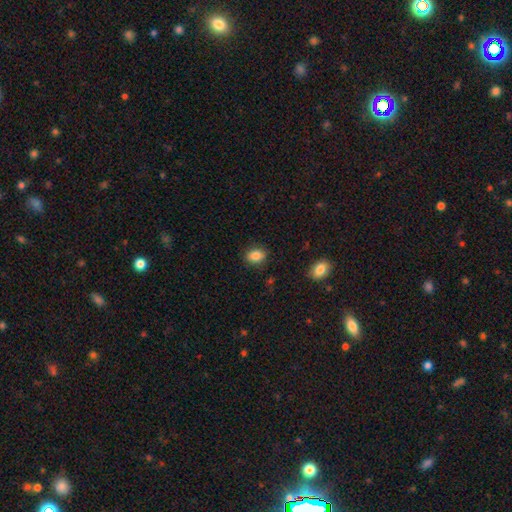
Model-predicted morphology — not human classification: This is clearly a smooth galaxy (85%). How rounded: likely in between (61%). Merging: clearly none (86%).